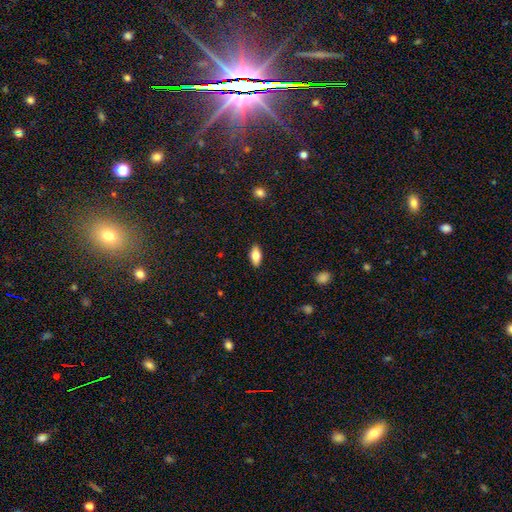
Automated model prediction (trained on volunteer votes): A smooth galaxy with no disk features (78%) that is in between round and cigar-shaped (88%).

Vote fractions:
- Smooth or featured? smooth: 78% / featured or disk: 15% / star or artifact: 7%
- How rounded? in between: 88% / cigar-shaped: 9% / round: 3%
- Merging? none: 88% / minor disturbance: 9% / major disturbance: 2% / merger: 1%